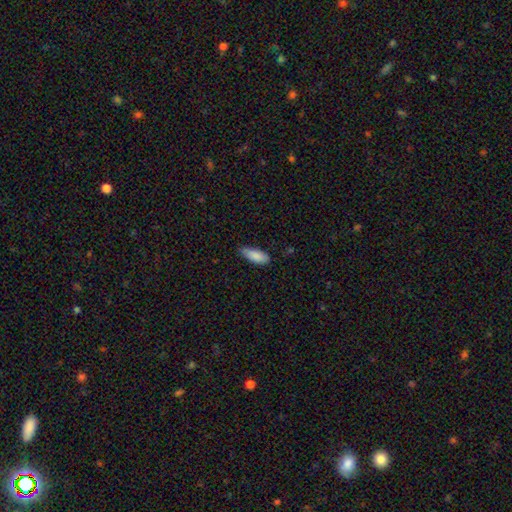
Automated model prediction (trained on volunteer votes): This is clearly a smooth galaxy (87%). How rounded: likely in between (79%). Merging: likely none (67%).